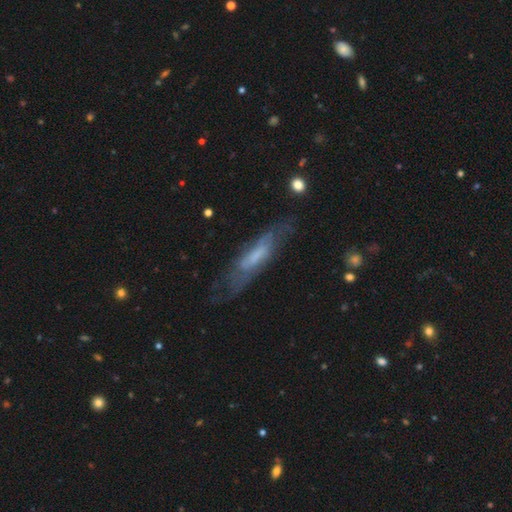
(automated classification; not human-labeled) Smooth or featured? featured or disk (58%)
Edge-on disk? no (55%)
Merging? none (64%)